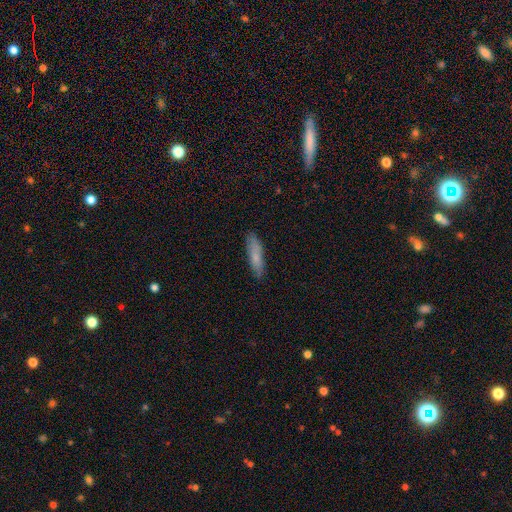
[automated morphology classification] smooth 77%, featured or disk 17%, star or artifact 6%. Down the decision tree: how rounded — cigar-shaped (72%); merging — none (84%).